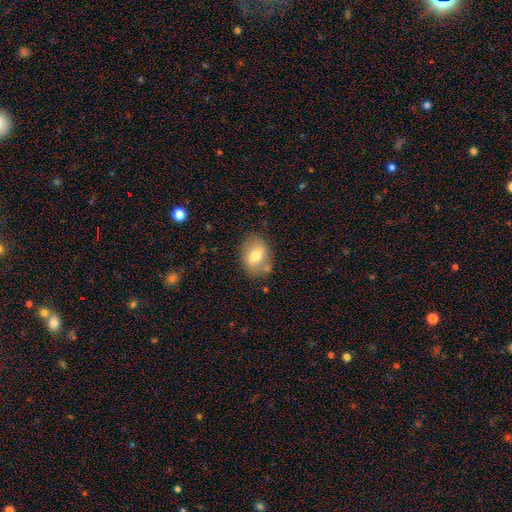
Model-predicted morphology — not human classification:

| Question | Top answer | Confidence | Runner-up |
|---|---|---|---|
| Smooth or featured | smooth | 67% | featured or disk (25%) |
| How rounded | in between | 67% | round (32%) |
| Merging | none | 74% | minor disturbance (16%) |